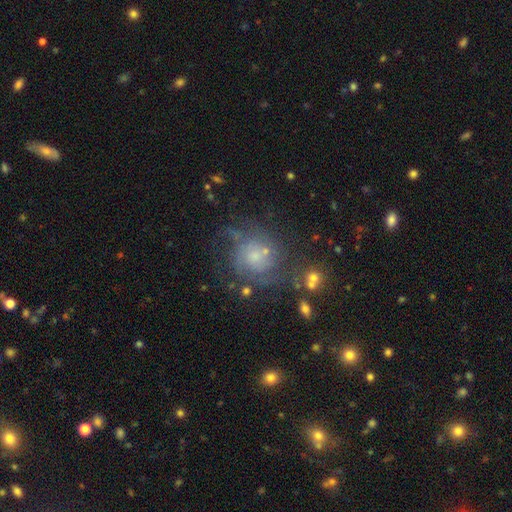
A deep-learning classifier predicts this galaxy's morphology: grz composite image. It shows a featured or disk galaxy (62%) with no bar (78%), spiral arms (82%) and a small central bulge (54%). Merging: none (57%).